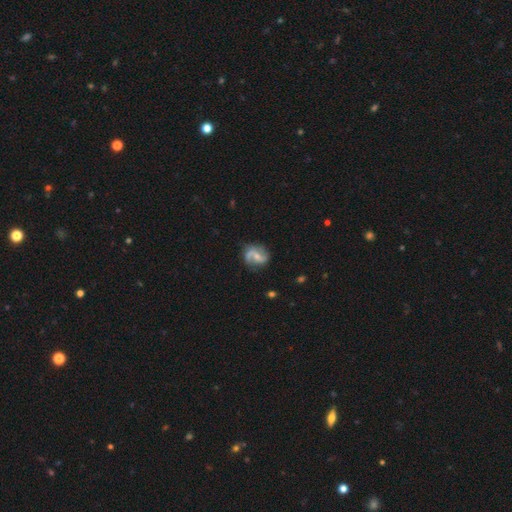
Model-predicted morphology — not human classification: This appears to be a featured or disk galaxy (79%) with a weak bar (45%), 2 (85%) loose (50%) spiral arms (93%) and a small central bulge (51%). Merging: none (72%).